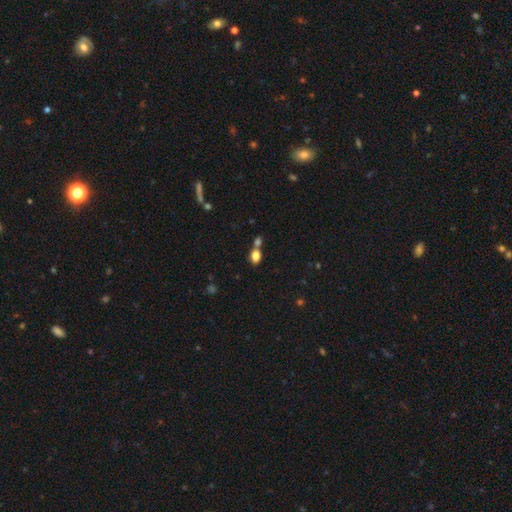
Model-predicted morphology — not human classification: Smooth or featured?
  - smooth: 81% *
  - star or artifact: 10%
  - featured or disk: 8%
How rounded?
  - in between: 75% *
  - round: 23%
  - cigar-shaped: 2%
Merging?
  - none: 44% *
  - merger: 42%
  - minor disturbance: 10%
  - major disturbance: 4%